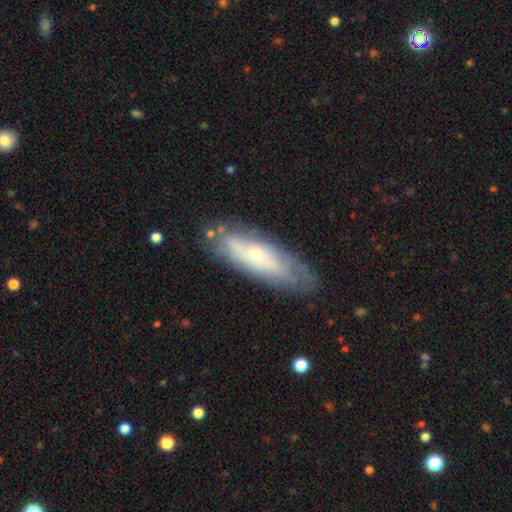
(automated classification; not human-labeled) Q: Smooth or featured?
A: featured or disk (49%); runner-up: smooth (43%)
Q: Merging?
A: none (69%); runner-up: minor disturbance (21%)